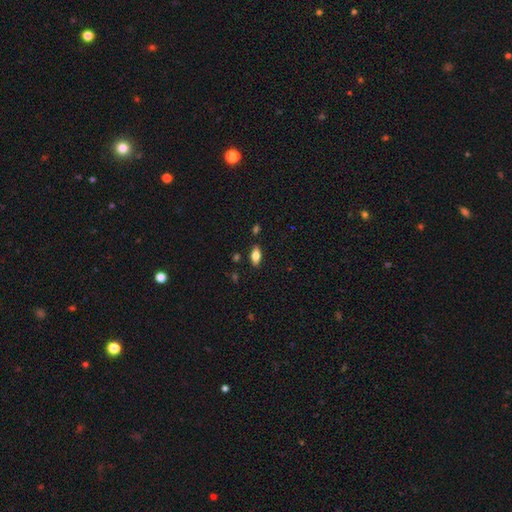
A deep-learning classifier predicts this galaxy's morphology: This is likely a smooth galaxy (73%). How rounded: clearly in between (86%). Merging: clearly none (85%).